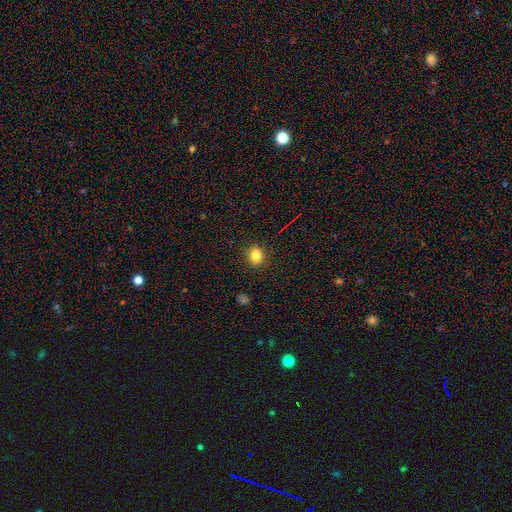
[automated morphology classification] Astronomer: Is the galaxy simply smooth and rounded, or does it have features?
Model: smooth — 82%.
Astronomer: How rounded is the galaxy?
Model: round — 59% (runner-up: in between, 40%).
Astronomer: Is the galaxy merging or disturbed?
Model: none — 90%.